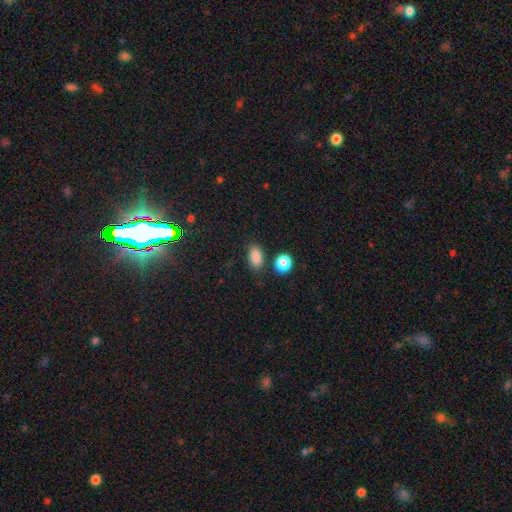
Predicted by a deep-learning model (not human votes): The model was most divided on "merging": none: 79%, minor disturbance: 12%, merger: 6%, major disturbance: 3%. More confident: how rounded — in between (87%); smooth or featured — smooth (86%).